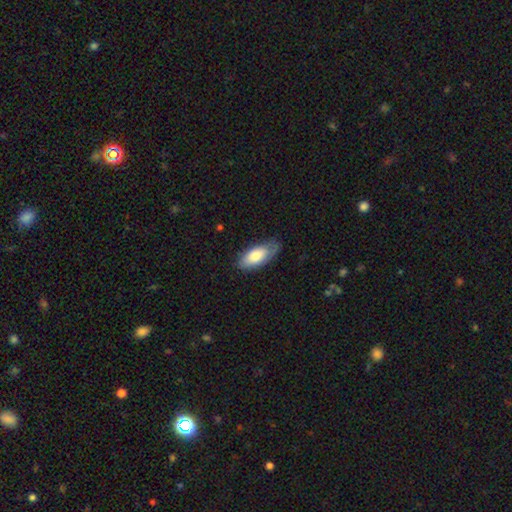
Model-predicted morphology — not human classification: type=smooth (73%); roundness=in between (87%); merging=none (69%).